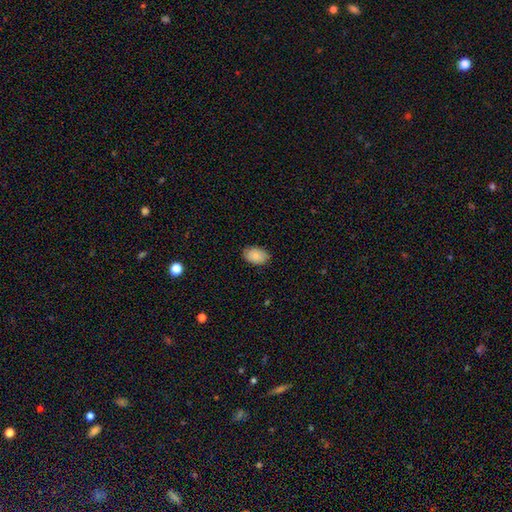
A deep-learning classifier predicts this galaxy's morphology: Smooth or featured? Predicted: smooth (p=0.85). How rounded? Predicted: in between (p=0.88). Merging? Predicted: none (p=0.85).